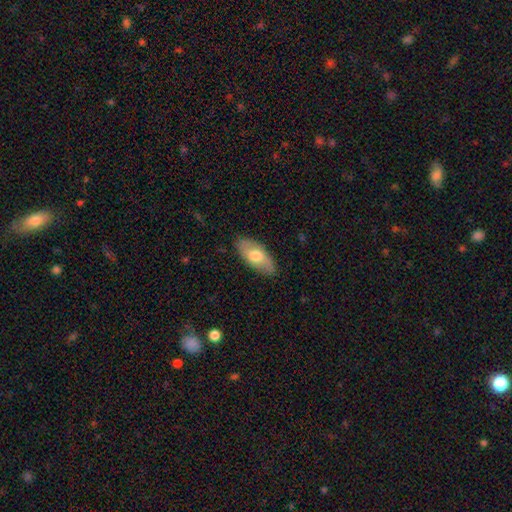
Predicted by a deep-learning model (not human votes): A smooth galaxy with no disk features (66%) that is in between round and cigar-shaped (89%). Merging: none (83%).